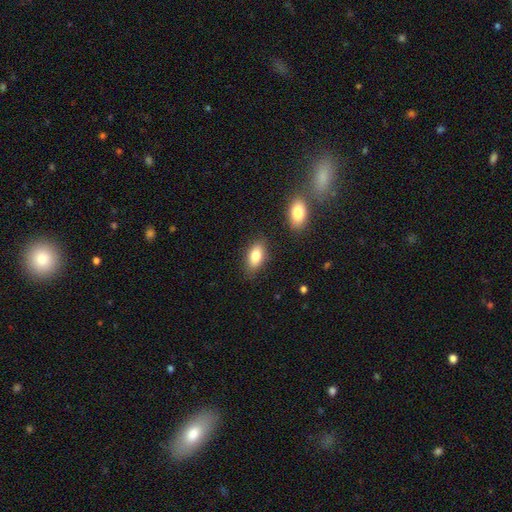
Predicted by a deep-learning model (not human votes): smooth-or-featured: smooth: 81% | featured or disk: 11% | star or artifact: 8%
  how-rounded: in between: 89% | cigar-shaped: 6% | round: 5%
  merging: none: 82% | minor disturbance: 12% | major disturbance: 3% | merger: 3%